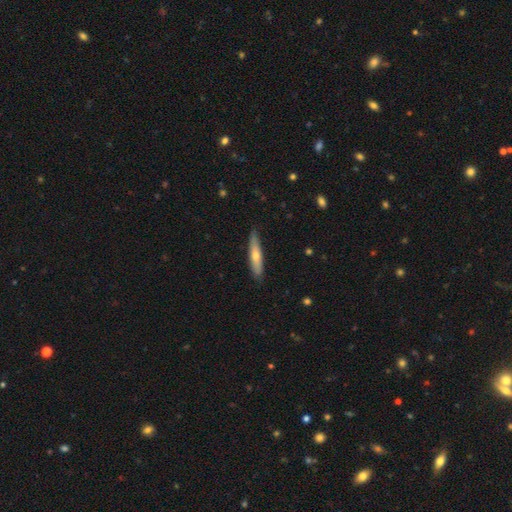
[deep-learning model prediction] Q: Smooth or featured?
A: smooth (57%); runner-up: featured or disk (37%)
Q: How rounded?
A: cigar-shaped (83%); runner-up: in between (15%)
Q: Merging?
A: none (85%); runner-up: minor disturbance (12%)